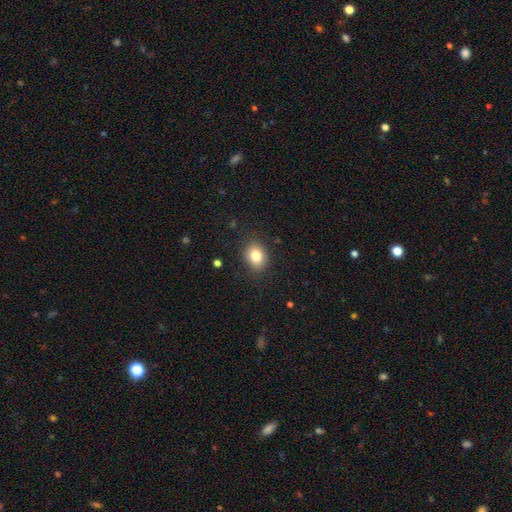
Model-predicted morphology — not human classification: A smooth galaxy with no disk features (81%) that is in between round and cigar-shaped (53%). Merging: none (85%).